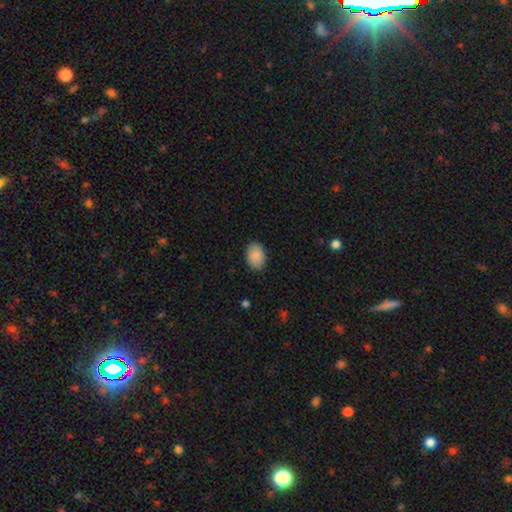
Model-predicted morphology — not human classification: Q: Smooth or featured?
A: smooth (90%); runner-up: star or artifact (7%)
Q: How rounded?
A: in between (83%); runner-up: round (16%)
Q: Merging?
A: none (88%); runner-up: minor disturbance (9%)